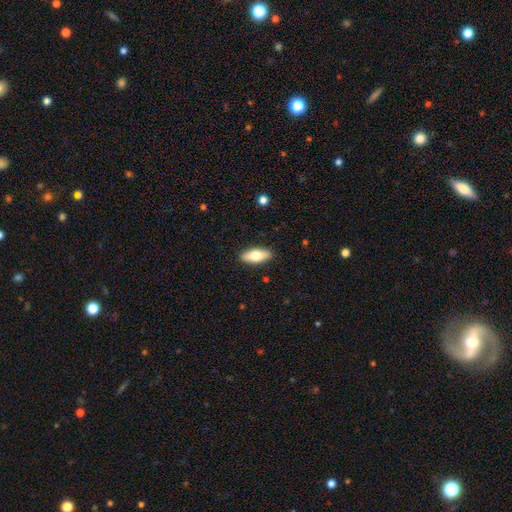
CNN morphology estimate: smooth 71%, featured or disk 23%, star or artifact 6%. Down the decision tree: how rounded — in between (79%); merging — none (89%).